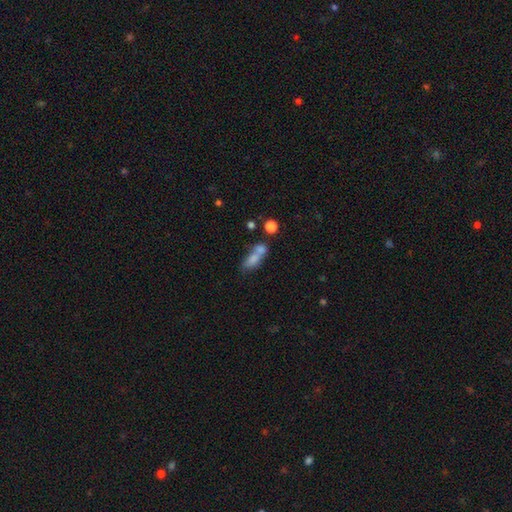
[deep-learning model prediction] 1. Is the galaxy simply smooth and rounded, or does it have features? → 71% smooth, 17% featured or disk, 11% star or artifact.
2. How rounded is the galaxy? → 67% in between, 22% cigar-shaped, 11% round.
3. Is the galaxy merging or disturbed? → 50% merger, 29% none, 12% minor disturbance, 8% major disturbance.